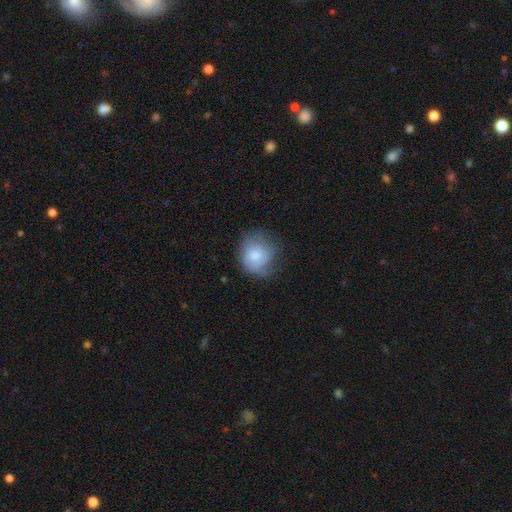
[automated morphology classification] Smooth or featured?
  - smooth: 74% *
  - featured or disk: 18%
  - star or artifact: 8%
How rounded?
  - round: 79% *
  - in between: 20%
  - cigar-shaped: 1%
Merging?
  - none: 49% *
  - minor disturbance: 32%
  - major disturbance: 17%
  - merger: 2%